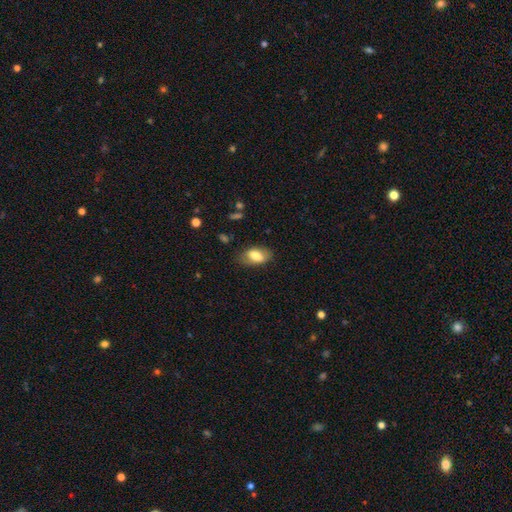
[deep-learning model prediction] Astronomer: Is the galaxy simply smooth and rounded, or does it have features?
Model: smooth — 75%.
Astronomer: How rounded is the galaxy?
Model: in between — 91%.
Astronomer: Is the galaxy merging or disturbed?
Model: none — 76%.